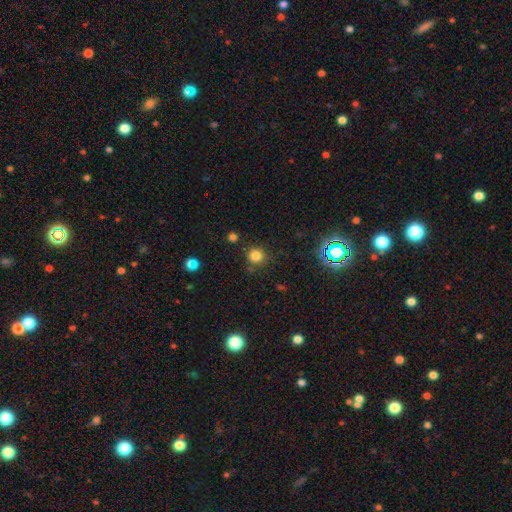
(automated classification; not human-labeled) Smooth or featured? smooth (79%)
How rounded? round (93%)
Merging? none (84%)